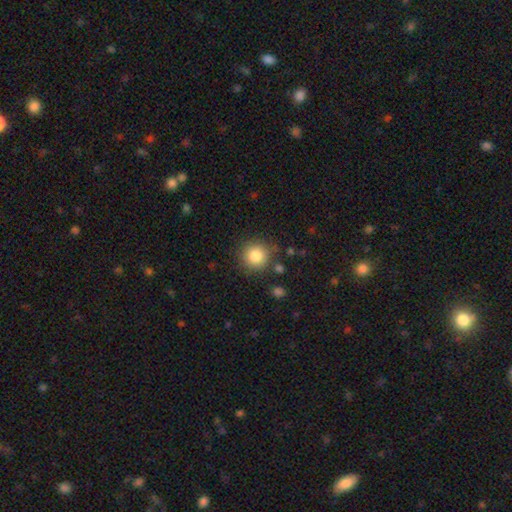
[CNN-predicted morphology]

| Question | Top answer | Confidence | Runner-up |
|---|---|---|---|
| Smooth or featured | smooth | 84% | star or artifact (10%) |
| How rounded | round | 93% | in between (6%) |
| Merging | none | 84% | minor disturbance (10%) |